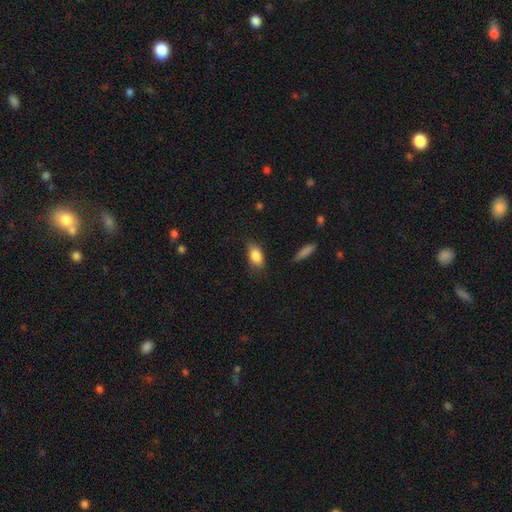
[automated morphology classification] smooth 85%, featured or disk 8%, star or artifact 7%. Down the decision tree: how rounded — in between (87%); merging — none (69%).